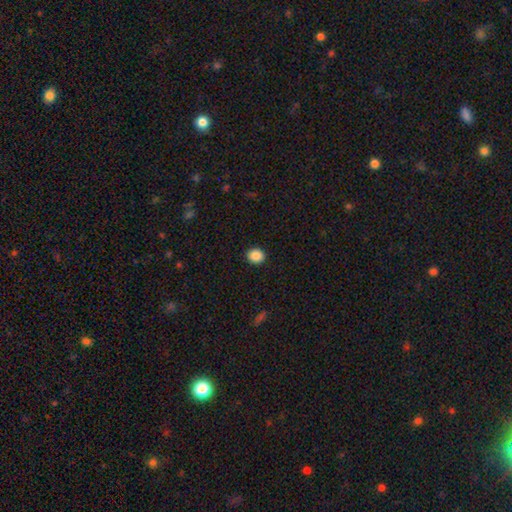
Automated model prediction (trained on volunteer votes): smooth_or_featured: smooth (p=0.88) [alt: star or artifact p=0.09]
how_rounded: round (p=0.76) [alt: in between p=0.23]
merging: none (p=0.92) [alt: minor disturbance p=0.05]